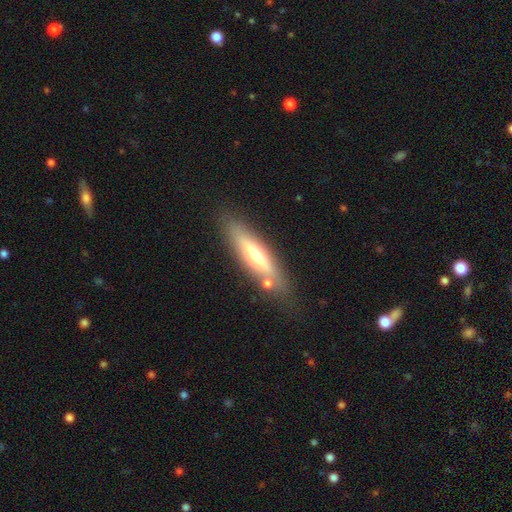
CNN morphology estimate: Smooth or featured?
  - smooth: 47% *
  - featured or disk: 46%
  - star or artifact: 7%
Merging?
  - none: 77% *
  - minor disturbance: 13%
  - merger: 7%
  - major disturbance: 4%